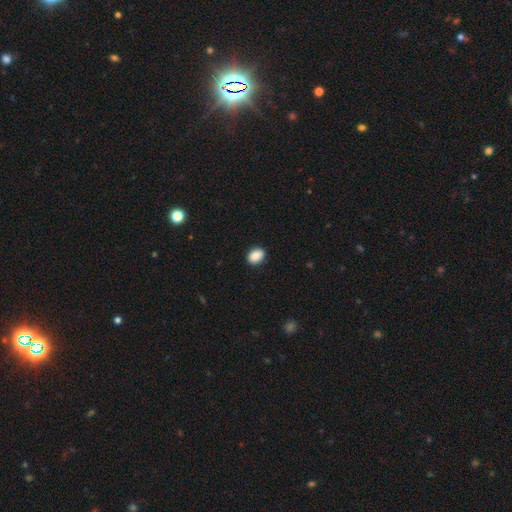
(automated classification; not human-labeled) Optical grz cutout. It shows a smooth galaxy with no disk features (89%) that is in between round and cigar-shaped (72%). Merging: none (89%).